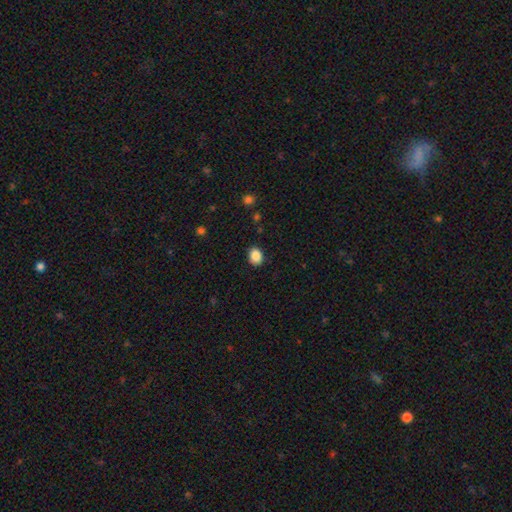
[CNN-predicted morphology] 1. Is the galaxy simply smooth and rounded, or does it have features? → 88% smooth, 9% star or artifact, 4% featured or disk.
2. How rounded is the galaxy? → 60% in between, 40% round, 1% cigar-shaped.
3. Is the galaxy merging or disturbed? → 88% none, 9% minor disturbance, 2% major disturbance, 1% merger.